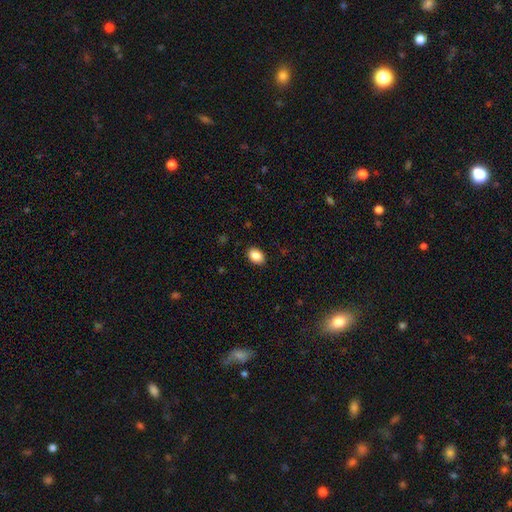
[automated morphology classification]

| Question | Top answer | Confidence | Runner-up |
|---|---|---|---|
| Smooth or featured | smooth | 88% | star or artifact (8%) |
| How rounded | in between | 82% | round (16%) |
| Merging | none | 89% | minor disturbance (8%) |